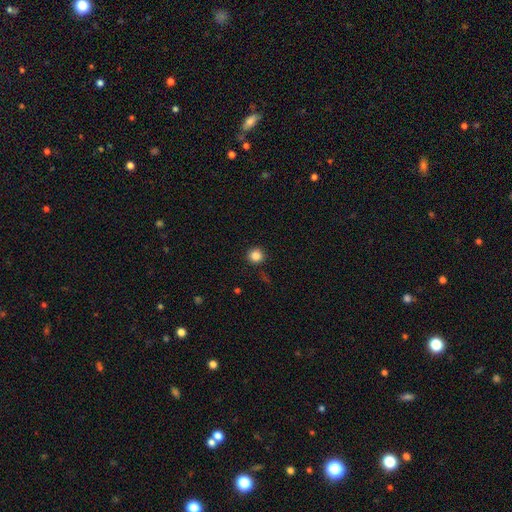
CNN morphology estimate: smooth_or_featured: smooth (p=0.85) [alt: star or artifact p=0.11]
how_rounded: round (p=0.95) [alt: in between p=0.04]
merging: none (p=0.91) [alt: minor disturbance p=0.06]